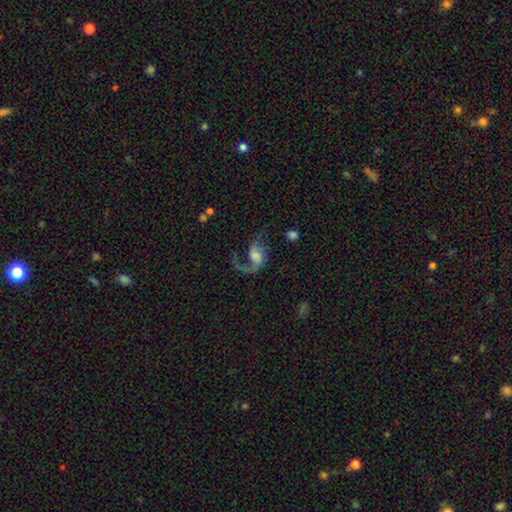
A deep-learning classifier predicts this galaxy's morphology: This appears to be a featured or disk galaxy (77%) with no bar (52%), 2 (49%) loose (60%) spiral arms (92%) and a moderate central bulge (33%). Merging: none (42%).